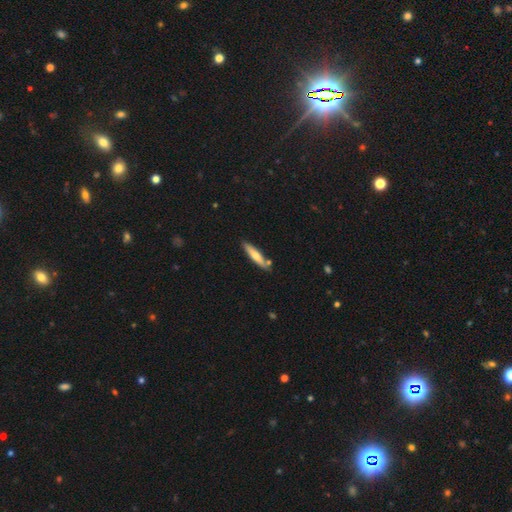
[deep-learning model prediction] A smooth galaxy with no disk features (56%) that is cigar-shaped (86%). Merging: none (81%).